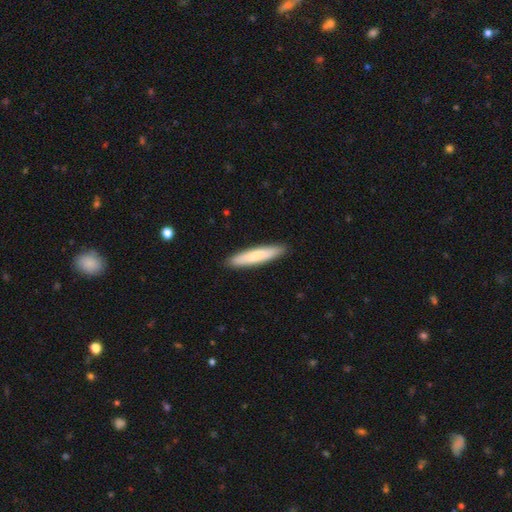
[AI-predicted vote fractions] The model was most divided on "smooth or featured": smooth: 74%, featured or disk: 21%, star or artifact: 5%. More confident: merging — none (90%); how rounded — cigar-shaped (89%).